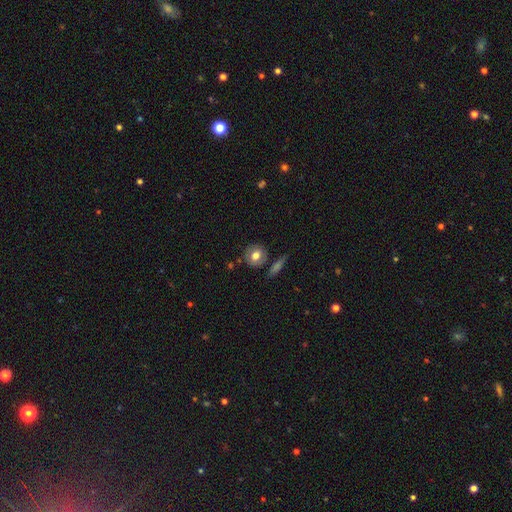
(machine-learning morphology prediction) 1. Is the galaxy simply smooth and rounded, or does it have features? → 71% smooth, 21% featured or disk, 8% star or artifact.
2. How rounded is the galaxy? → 79% round, 20% in between, 2% cigar-shaped.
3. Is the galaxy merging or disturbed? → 80% none, 11% minor disturbance, 7% merger, 3% major disturbance.